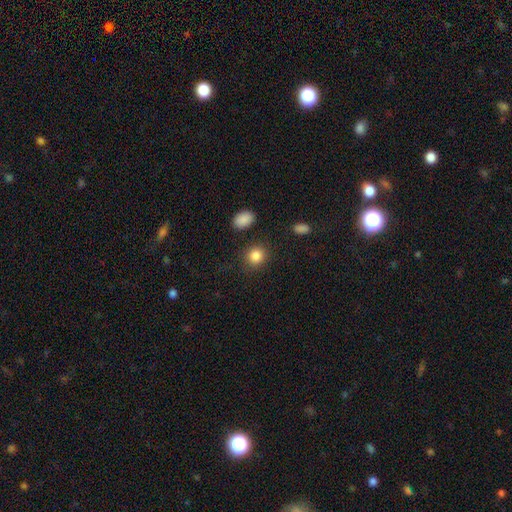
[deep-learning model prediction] This appears to be a smooth galaxy with no disk features (86%) that is round (78%). Merging: none (86%).